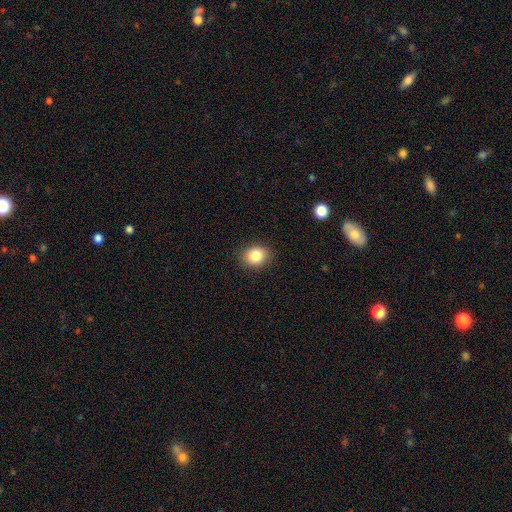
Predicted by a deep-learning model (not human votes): Morphology: type=smooth (84%); roundness=round (56%); merging=none (89%).